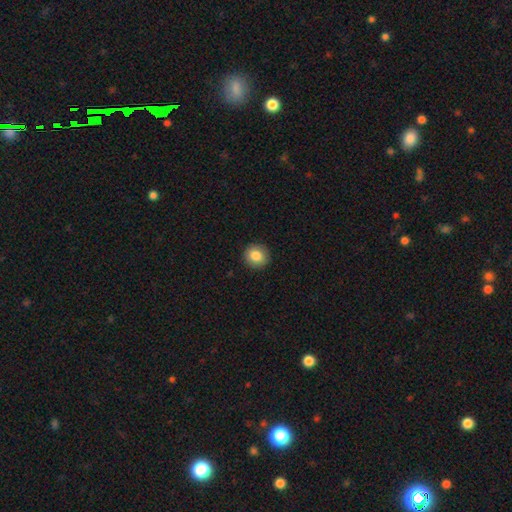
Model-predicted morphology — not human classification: Smooth or featured?
  - smooth: 85% *
  - star or artifact: 8%
  - featured or disk: 6%
How rounded?
  - round: 91% *
  - in between: 8%
  - cigar-shaped: 1%
Merging?
  - none: 92% *
  - minor disturbance: 5%
  - major disturbance: 2%
  - merger: 1%